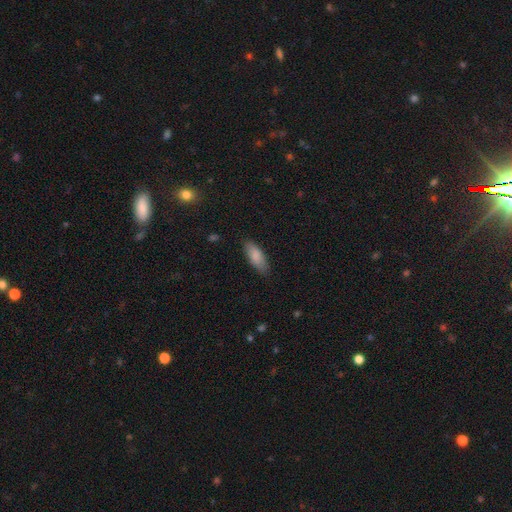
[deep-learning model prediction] A smooth galaxy with no disk features (85%) that is in between round and cigar-shaped (74%).

Vote fractions:
- Smooth or featured? smooth: 85% / featured or disk: 9% / star or artifact: 6%
- How rounded? in between: 74% / cigar-shaped: 25% / round: 2%
- Merging? none: 82% / minor disturbance: 14% / major disturbance: 3% / merger: 1%